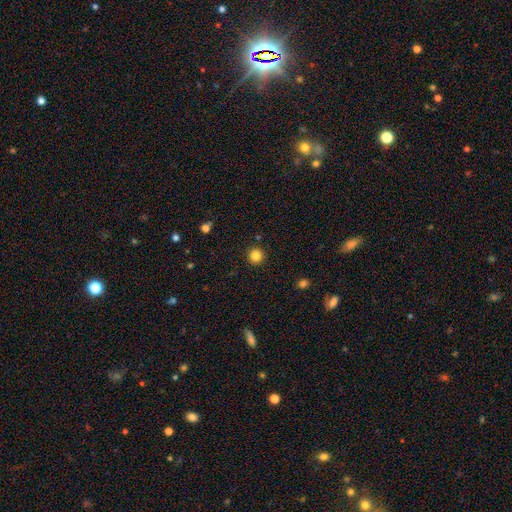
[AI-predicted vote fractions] smooth 84%, star or artifact 12%, featured or disk 5%. Down the decision tree: how rounded — round (95%); merging — none (92%).